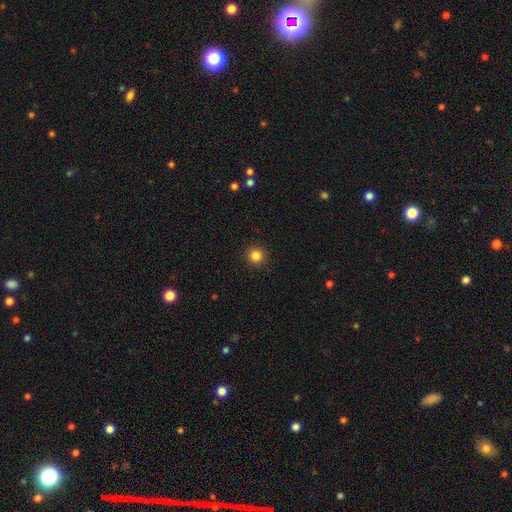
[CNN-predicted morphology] Smooth or featured: smooth — 85% (star or artifact — 11%)
How rounded: round — 95% (in between — 4%)
Merging: none — 92% (minor disturbance — 5%)